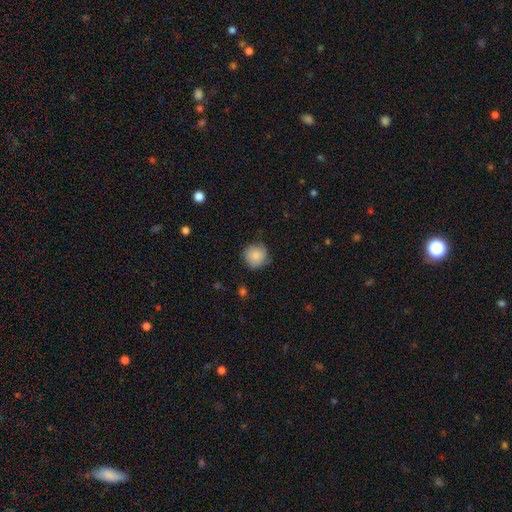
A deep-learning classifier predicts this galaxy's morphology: A smooth galaxy with no disk features (81%) that is round (90%). Merging: none (70%).